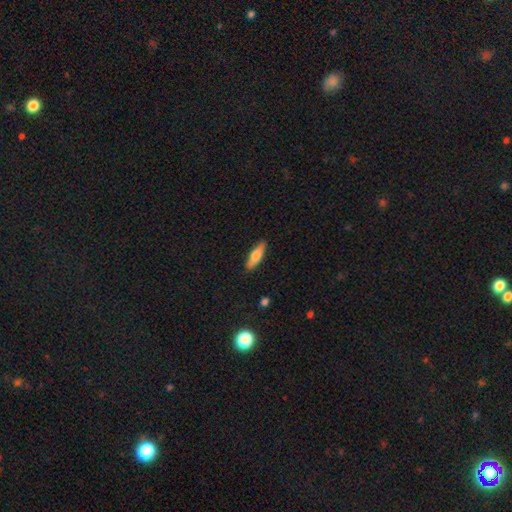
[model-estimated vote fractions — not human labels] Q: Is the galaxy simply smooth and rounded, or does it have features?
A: smooth — 67%.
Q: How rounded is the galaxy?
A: cigar-shaped — 57%.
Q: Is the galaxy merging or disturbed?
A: none — 88%.